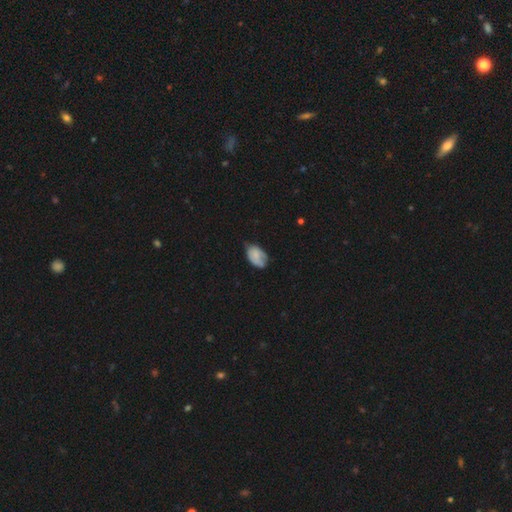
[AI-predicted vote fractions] Smooth or featured? smooth (73%)
How rounded? in between (90%)
Merging? none (49%)